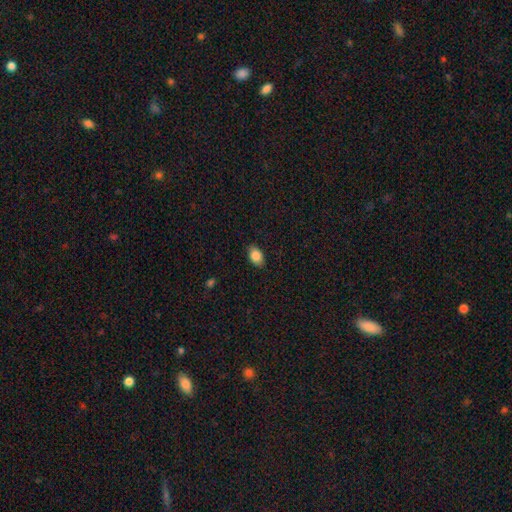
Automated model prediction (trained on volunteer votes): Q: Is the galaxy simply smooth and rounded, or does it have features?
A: smooth — 86%.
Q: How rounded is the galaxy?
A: in between — 87%.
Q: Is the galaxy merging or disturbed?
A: none — 86%.